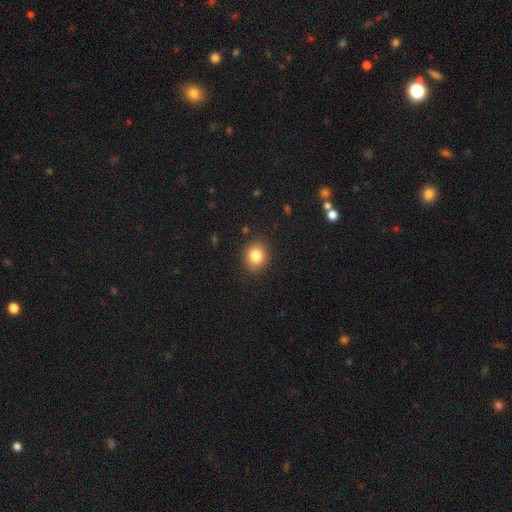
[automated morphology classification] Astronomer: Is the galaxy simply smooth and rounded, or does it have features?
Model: smooth — 82%.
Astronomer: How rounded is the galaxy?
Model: round — 65%.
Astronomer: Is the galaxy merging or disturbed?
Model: none — 88%.